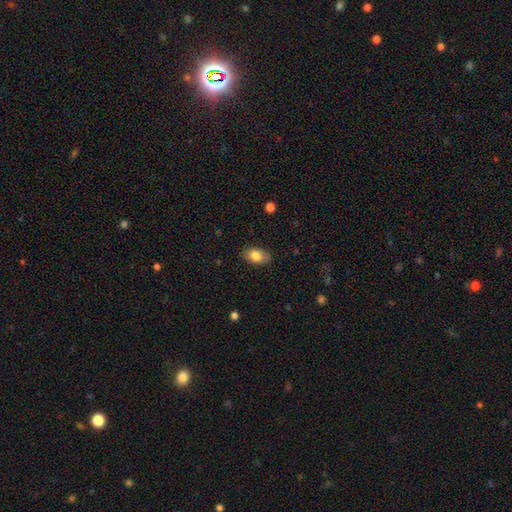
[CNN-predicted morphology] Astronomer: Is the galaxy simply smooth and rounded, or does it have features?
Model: smooth — 82%.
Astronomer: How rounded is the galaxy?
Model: in between — 88%.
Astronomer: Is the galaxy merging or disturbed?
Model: none — 82%.